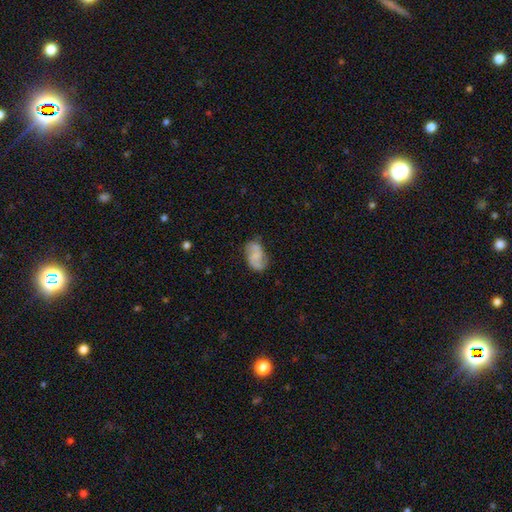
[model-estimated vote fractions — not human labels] Smooth or featured: featured or disk — 53% (smooth — 40%)
Edge-on disk: no — 97% (yes — 3%)
Bar: no — 57% (weak — 35%)
Spiral arms: yes — 84% (no — 16%)
Bulge size: small — 39% (none — 38%)
Merging: none — 61% (minor disturbance — 26%)